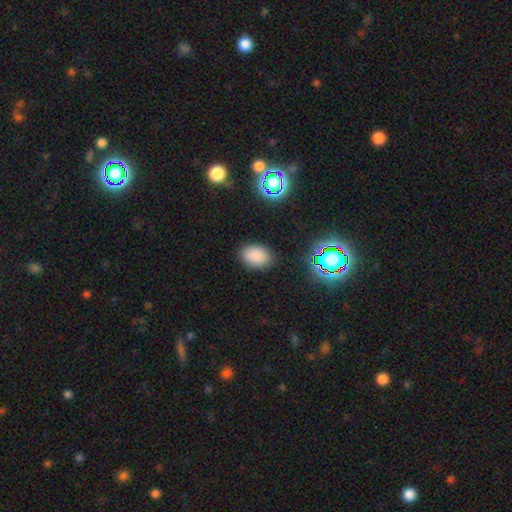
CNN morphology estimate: Smooth or featured?
  - smooth: 82% *
  - star or artifact: 13%
  - featured or disk: 4%
How rounded?
  - in between: 77% *
  - round: 22%
  - cigar-shaped: 1%
Merging?
  - none: 86% *
  - minor disturbance: 10%
  - major disturbance: 3%
  - merger: 1%